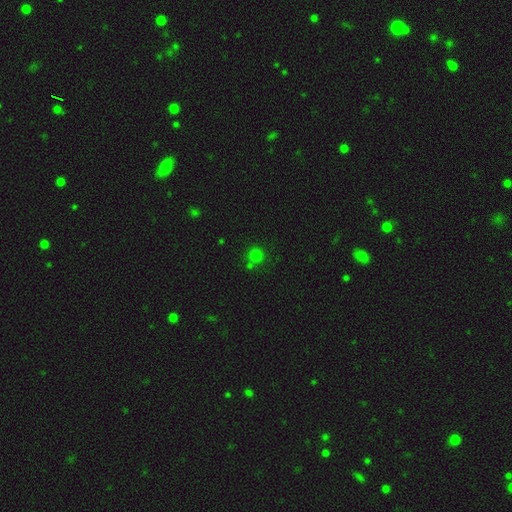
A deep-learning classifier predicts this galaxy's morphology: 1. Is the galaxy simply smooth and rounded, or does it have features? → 72% smooth, 23% star or artifact, 5% featured or disk.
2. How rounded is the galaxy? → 93% round, 6% in between, 1% cigar-shaped.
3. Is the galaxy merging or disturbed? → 73% none, 15% merger, 9% minor disturbance, 3% major disturbance.